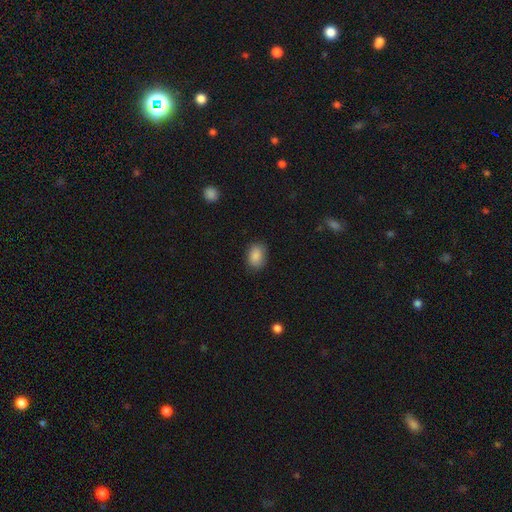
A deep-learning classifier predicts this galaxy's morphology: A smooth galaxy with no disk features (87%) that is in between round and cigar-shaped (77%). Merging: none (83%).